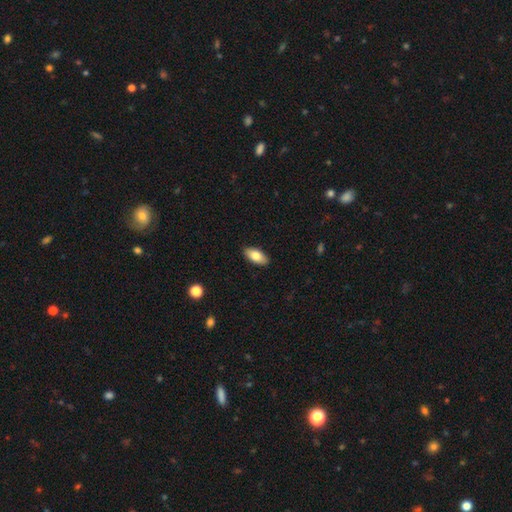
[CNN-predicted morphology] smooth-or-featured: smooth: 80% | featured or disk: 14% | star or artifact: 6%
  how-rounded: in between: 90% | cigar-shaped: 7% | round: 3%
  merging: none: 89% | minor disturbance: 8% | major disturbance: 2% | merger: 1%